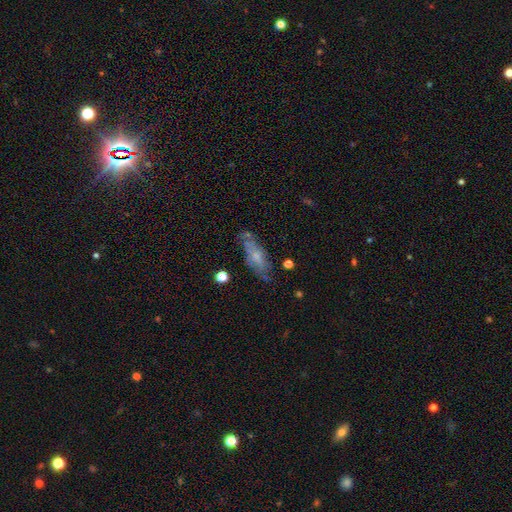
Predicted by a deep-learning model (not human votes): A smooth galaxy with no disk features (51%) that is in between round and cigar-shaped (70%). Merging: none (55%).